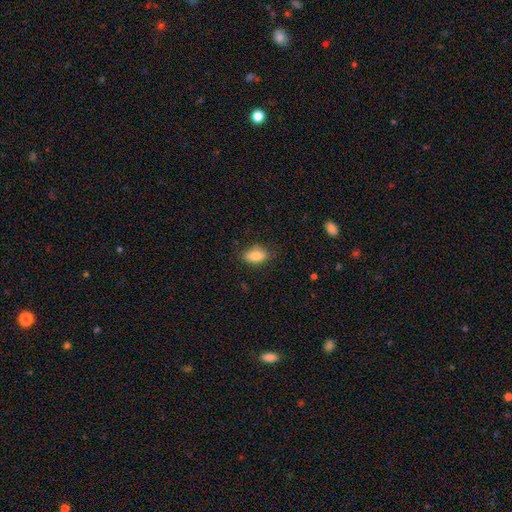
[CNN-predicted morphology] This is clearly a smooth galaxy (84%). How rounded: clearly in between (90%). Merging: likely none (79%).